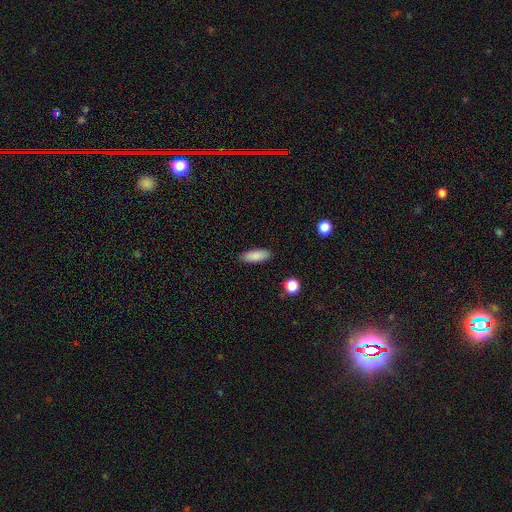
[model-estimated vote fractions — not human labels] Overall: smooth (87%). How rounded: in between (67%; cigar-shaped 31%). Merging: none (88%).